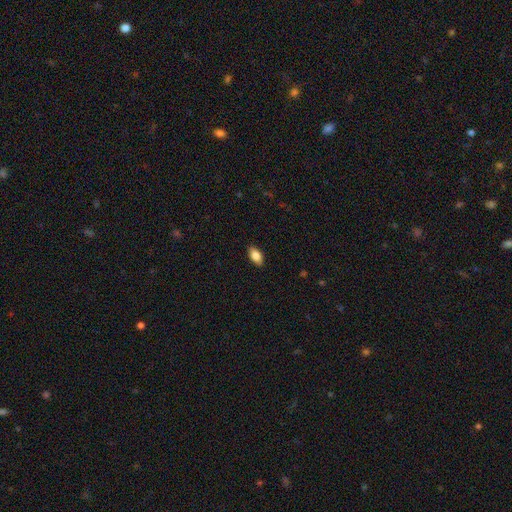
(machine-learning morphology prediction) Smooth or featured?
  - smooth: 84% *
  - featured or disk: 9%
  - star or artifact: 7%
How rounded?
  - in between: 90% *
  - cigar-shaped: 6%
  - round: 4%
Merging?
  - none: 88% *
  - minor disturbance: 9%
  - major disturbance: 2%
  - merger: 1%